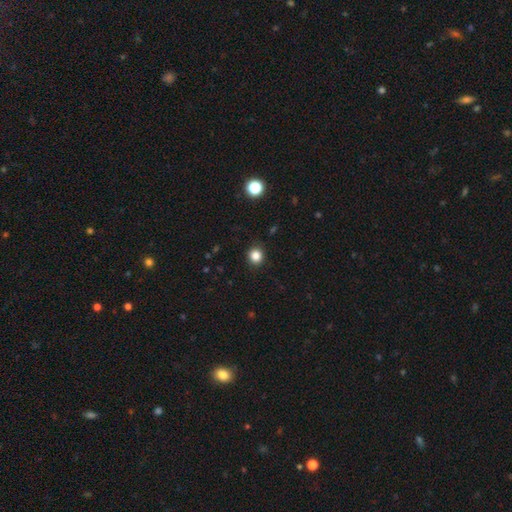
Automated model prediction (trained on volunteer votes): This is clearly a smooth galaxy (84%). How rounded: clearly round (88%). Merging: clearly none (90%).